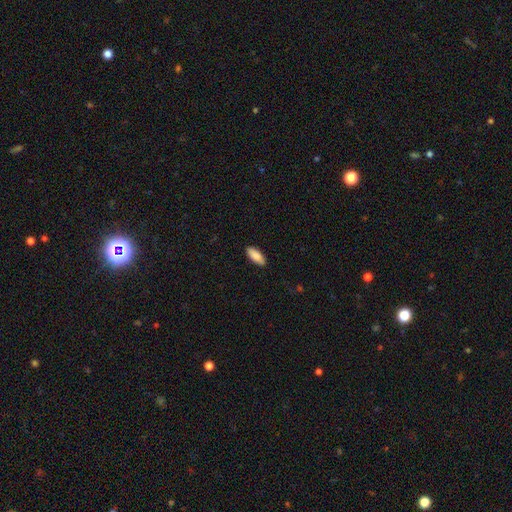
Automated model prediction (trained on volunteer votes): A smooth galaxy with no disk features (87%) that is in between round and cigar-shaped (78%).

Vote fractions:
- Smooth or featured? smooth: 87% / featured or disk: 8% / star or artifact: 6%
- How rounded? in between: 78% / cigar-shaped: 20% / round: 2%
- Merging? none: 90% / minor disturbance: 8% / major disturbance: 2% / merger: 1%